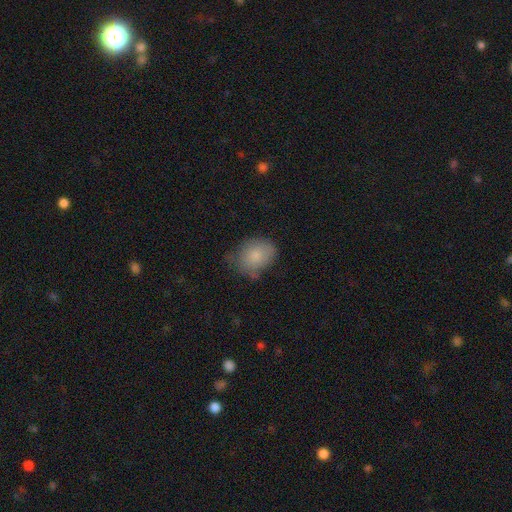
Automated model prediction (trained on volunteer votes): Smooth or featured? Predicted: smooth (p=0.79). How rounded? Predicted: in between (p=0.55). Merging? Predicted: none (p=0.52).